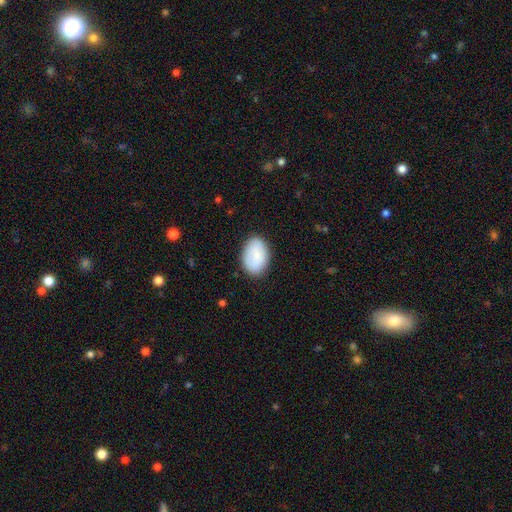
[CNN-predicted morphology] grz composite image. It shows a smooth galaxy with no disk features (79%) that is in between round and cigar-shaped (88%). Merging: none (83%).